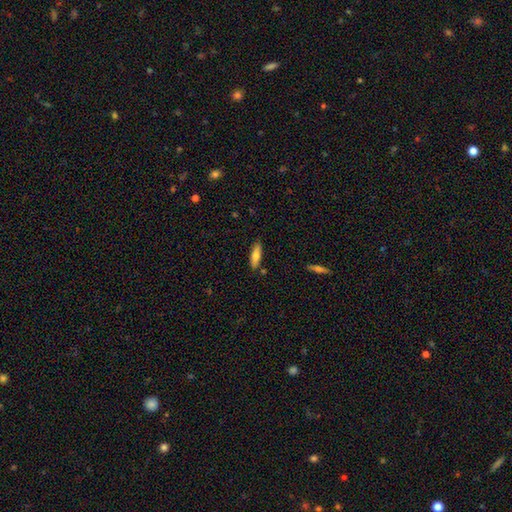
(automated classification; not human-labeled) Smooth or featured?
  - smooth: 72% *
  - featured or disk: 22%
  - star or artifact: 6%
How rounded?
  - cigar-shaped: 53% *
  - in between: 45%
  - round: 2%
Merging?
  - none: 83% *
  - minor disturbance: 11%
  - merger: 3%
  - major disturbance: 2%